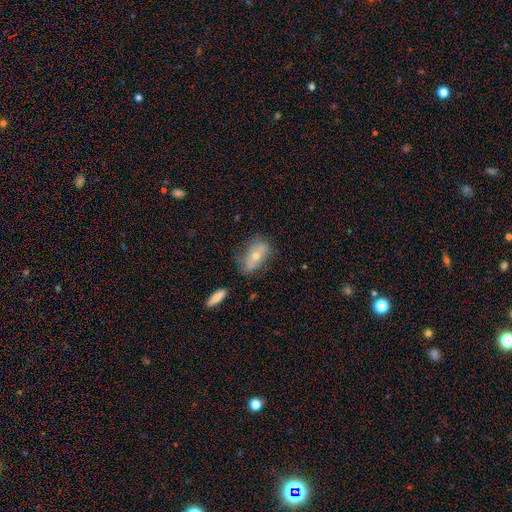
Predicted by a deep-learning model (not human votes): Smooth or featured? smooth (47%)
Merging? none (61%)